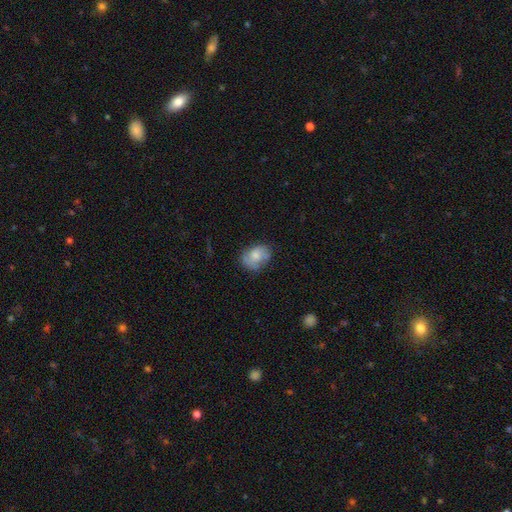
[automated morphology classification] Smooth or featured? smooth (67%)
How rounded? in between (68%)
Merging? none (62%)